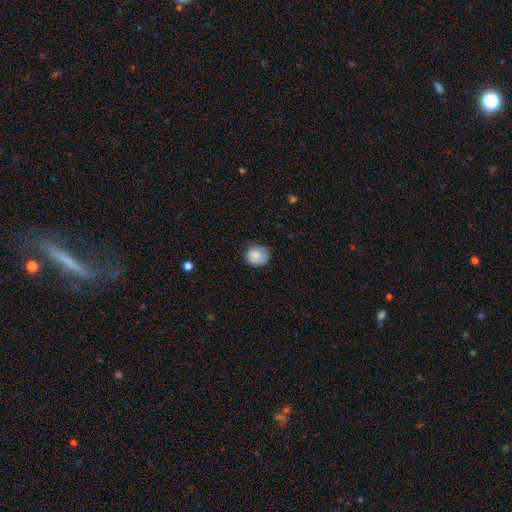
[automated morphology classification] The model was most divided on "merging": none: 60%, minor disturbance: 31%, major disturbance: 7%, merger: 1%. More confident: smooth or featured — smooth (84%); how rounded — round (74%).